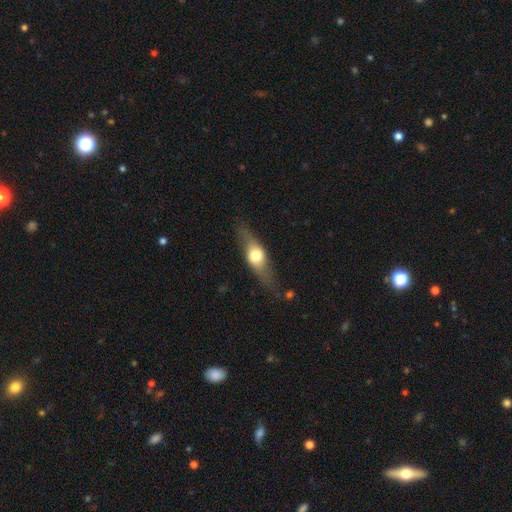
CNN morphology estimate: The model was most divided on "smooth or featured": smooth: 47%, featured or disk: 46%, star or artifact: 6%. More confident: merging — none (74%).